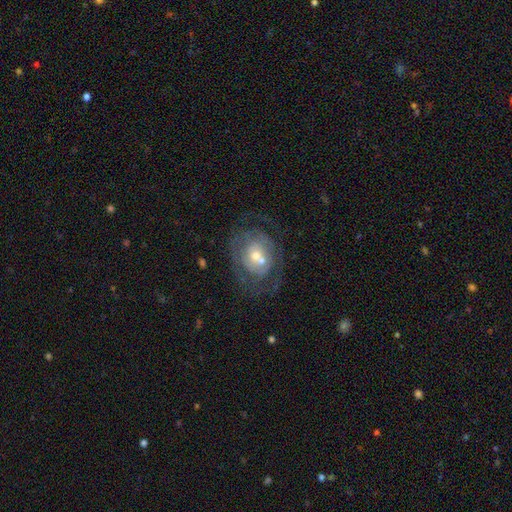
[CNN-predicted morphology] featured or disk 67%, smooth 24%, star or artifact 9%. Down the decision tree: edge-on disk — no (96%); bar — no (75%); spiral arms — yes (57%); bulge size — small (46%, tied with moderate); merging — none (54%).